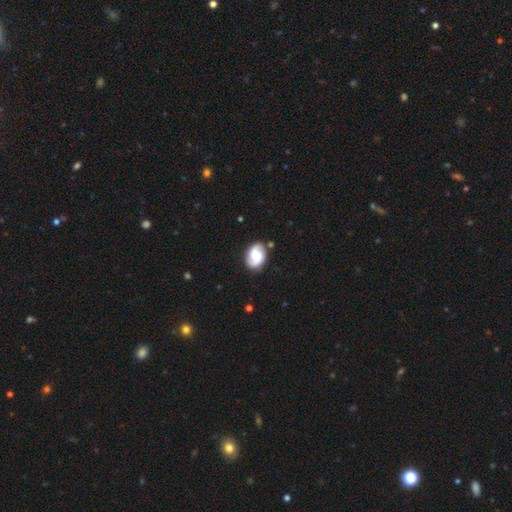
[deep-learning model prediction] Morphology: type=featured or disk (65%); edge-on=no (97%); bar=no (51%); spiral arms=yes (93%); winding=medium (44%); arm count=2 (89%); bulge=moderate (39%); merging=none (79%).